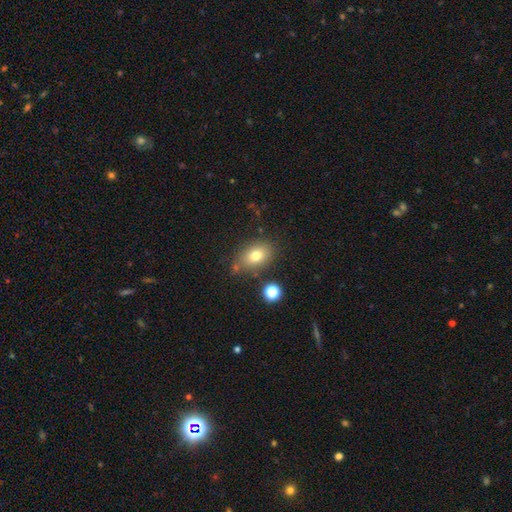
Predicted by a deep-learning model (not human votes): Smooth or featured?
  - smooth: 77% *
  - featured or disk: 12%
  - star or artifact: 11%
How rounded?
  - in between: 80% *
  - round: 19%
  - cigar-shaped: 2%
Merging?
  - none: 73% *
  - minor disturbance: 16%
  - merger: 7%
  - major disturbance: 5%